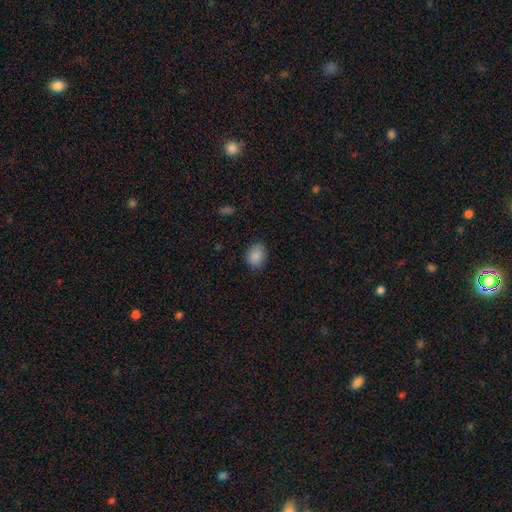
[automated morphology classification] smooth 88%, star or artifact 8%, featured or disk 4%. Down the decision tree: how rounded — in between (53%); merging — none (82%).